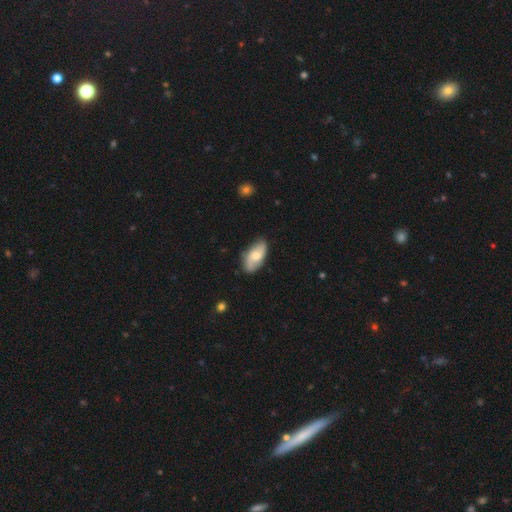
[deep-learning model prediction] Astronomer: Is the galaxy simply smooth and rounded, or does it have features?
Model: smooth — 50% (runner-up: featured or disk, 44%).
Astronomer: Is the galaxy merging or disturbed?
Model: none — 72%.